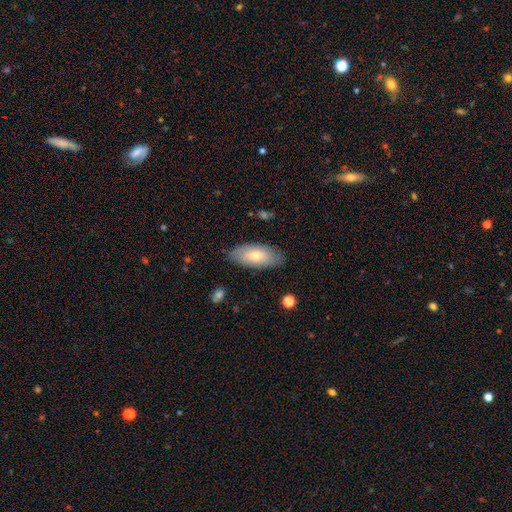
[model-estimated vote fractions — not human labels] smooth_or_featured: smooth (p=0.69) [alt: featured or disk p=0.25]
how_rounded: in between (p=0.88) [alt: cigar-shaped p=0.10]
merging: none (p=0.82) [alt: minor disturbance p=0.14]